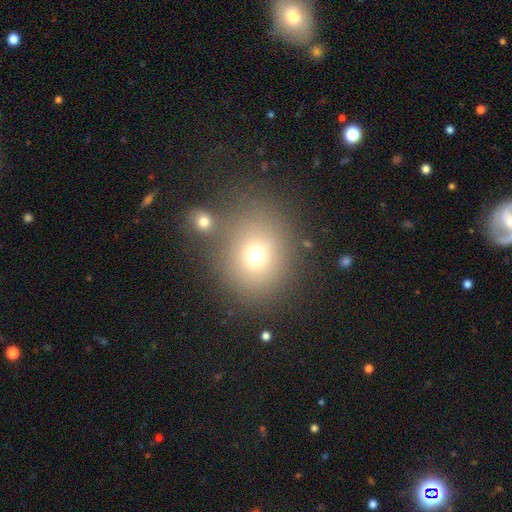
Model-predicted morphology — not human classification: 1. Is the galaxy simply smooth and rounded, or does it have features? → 70% smooth, 18% star or artifact, 12% featured or disk.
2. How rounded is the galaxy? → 74% round, 25% in between, 1% cigar-shaped.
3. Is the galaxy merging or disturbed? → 63% none, 19% merger, 11% minor disturbance, 7% major disturbance.